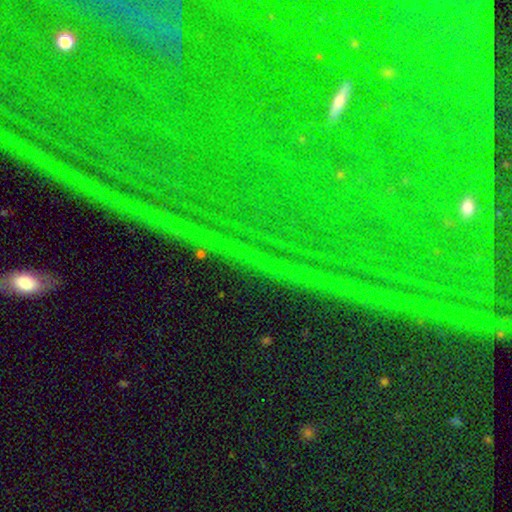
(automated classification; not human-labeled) Smooth or featured?
  - star or artifact: 85% *
  - featured or disk: 8%
  - smooth: 6%